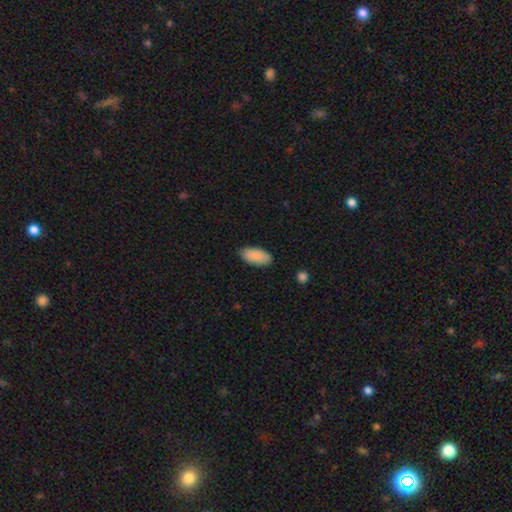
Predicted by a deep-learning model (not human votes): The model was most divided on "merging": none: 85%, minor disturbance: 11%, major disturbance: 2%, merger: 1%. More confident: how rounded — in between (93%); smooth or featured — smooth (87%).